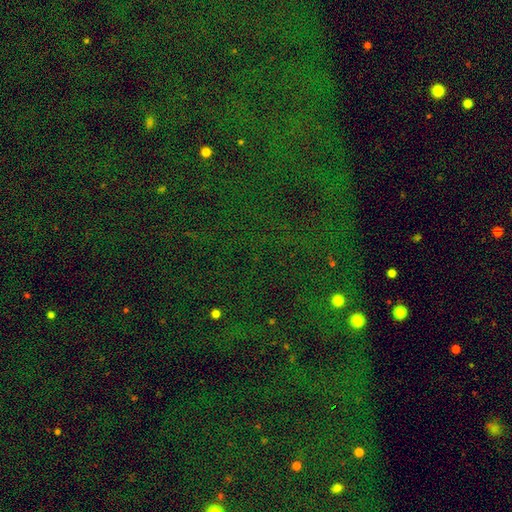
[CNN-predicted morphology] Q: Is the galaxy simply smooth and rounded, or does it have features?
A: star or artifact — 81%.